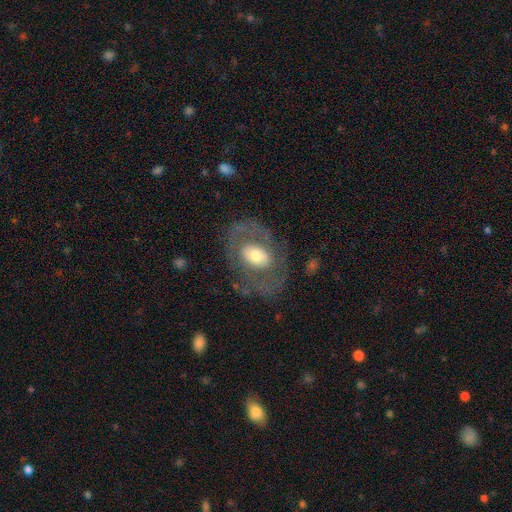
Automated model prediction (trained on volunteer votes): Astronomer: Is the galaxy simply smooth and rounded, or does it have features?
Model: featured or disk — 58% (runner-up: smooth, 35%).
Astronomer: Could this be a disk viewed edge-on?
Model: no — 94%.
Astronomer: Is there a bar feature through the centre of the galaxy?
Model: no — 64%.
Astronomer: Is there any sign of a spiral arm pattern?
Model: no — 63%.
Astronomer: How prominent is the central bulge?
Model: moderate — 59%.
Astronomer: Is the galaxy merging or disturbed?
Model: none — 66%.